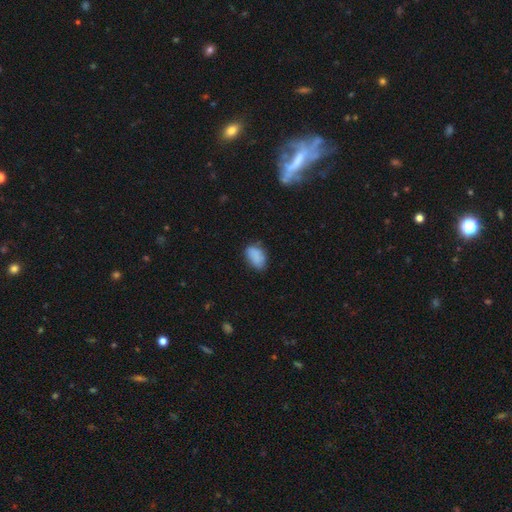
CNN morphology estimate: The model was most divided on "merging": none: 65%, minor disturbance: 26%, major disturbance: 6%, merger: 3%. More confident: how rounded — in between (88%); smooth or featured — smooth (84%).